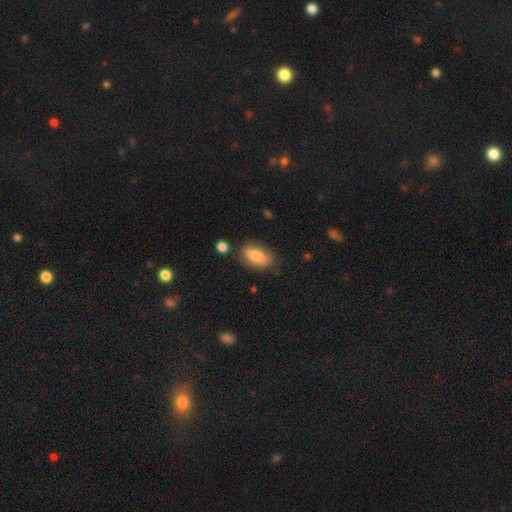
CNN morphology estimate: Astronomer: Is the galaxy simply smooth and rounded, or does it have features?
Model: smooth — 77%.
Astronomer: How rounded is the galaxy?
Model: in between — 86%.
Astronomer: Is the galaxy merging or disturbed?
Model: none — 75%.